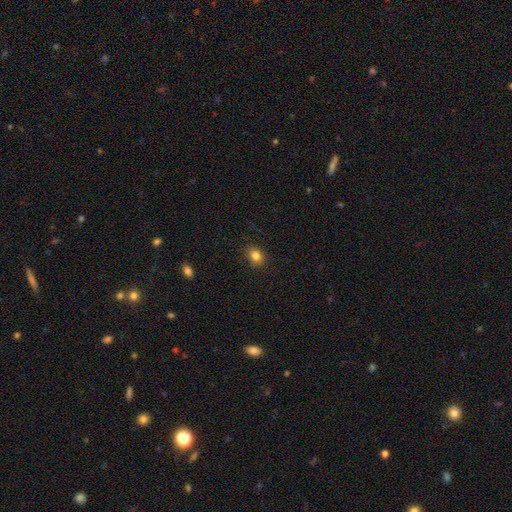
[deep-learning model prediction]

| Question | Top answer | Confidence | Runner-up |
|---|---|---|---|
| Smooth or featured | smooth | 83% | star or artifact (11%) |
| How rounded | round | 57% | in between (42%) |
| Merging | none | 86% | minor disturbance (11%) |